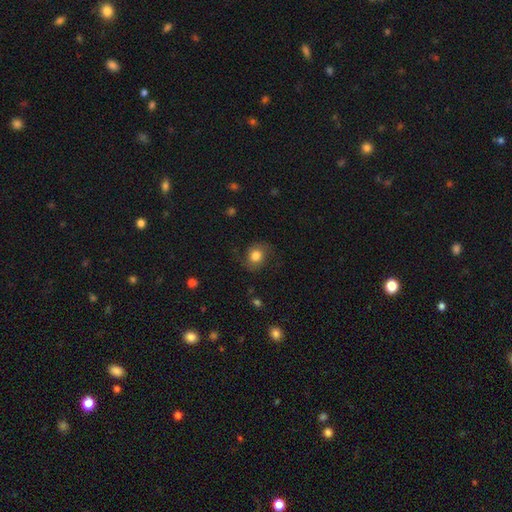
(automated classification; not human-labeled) Overall: smooth (69%). How rounded: round (67%; in between 32%). Merging: none (73%).